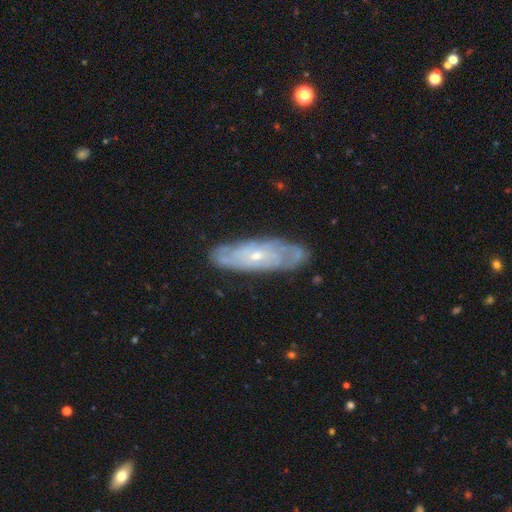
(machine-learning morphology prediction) type=featured or disk (76%); edge-on=no (80%); bar=no (72%); spiral arms=yes (85%); winding=tight (65%); arm count=can't tell (54%); bulge=small (72%); merging=none (79%).